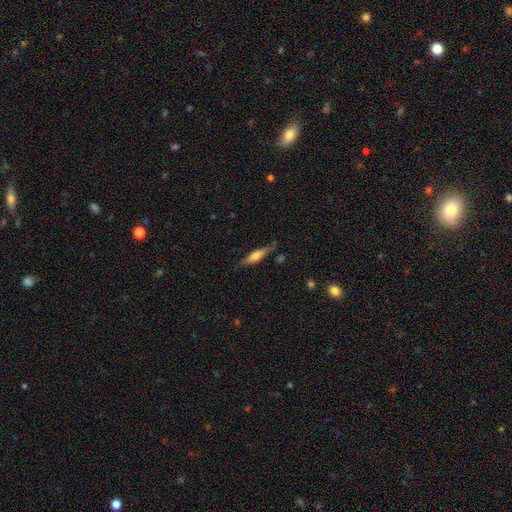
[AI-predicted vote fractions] Smooth or featured: smooth — 53% (featured or disk — 41%)
How rounded: cigar-shaped — 77% (in between — 21%)
Merging: none — 76% (minor disturbance — 17%)